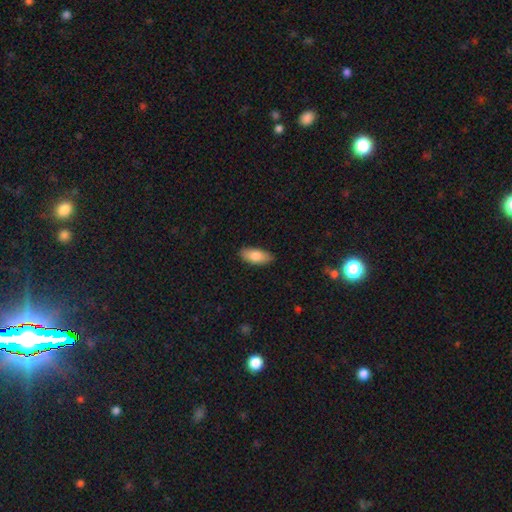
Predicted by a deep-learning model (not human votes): Smooth or featured? smooth (80%)
How rounded? in between (87%)
Merging? none (86%)